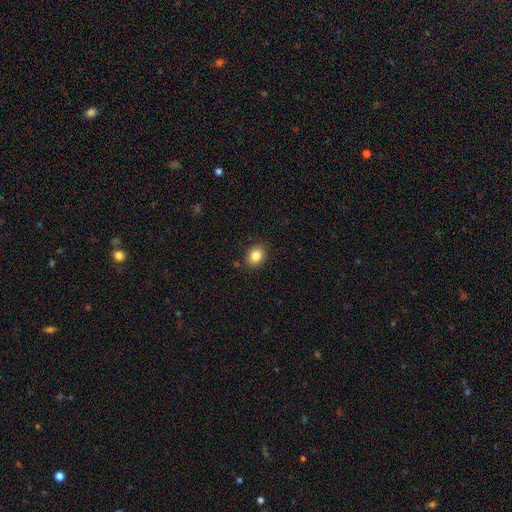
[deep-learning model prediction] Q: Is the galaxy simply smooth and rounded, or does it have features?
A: smooth — 85%.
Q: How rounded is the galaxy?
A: round — 57%.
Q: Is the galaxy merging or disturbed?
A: none — 87%.